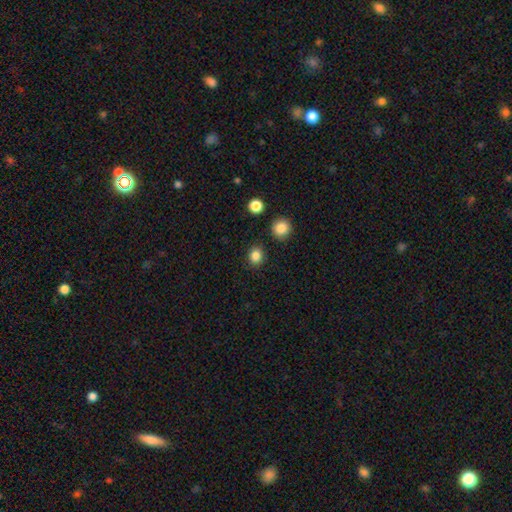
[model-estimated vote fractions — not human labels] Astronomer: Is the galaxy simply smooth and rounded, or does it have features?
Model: smooth — 85%.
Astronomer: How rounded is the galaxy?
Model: round — 72%.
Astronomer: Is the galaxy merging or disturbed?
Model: none — 88%.